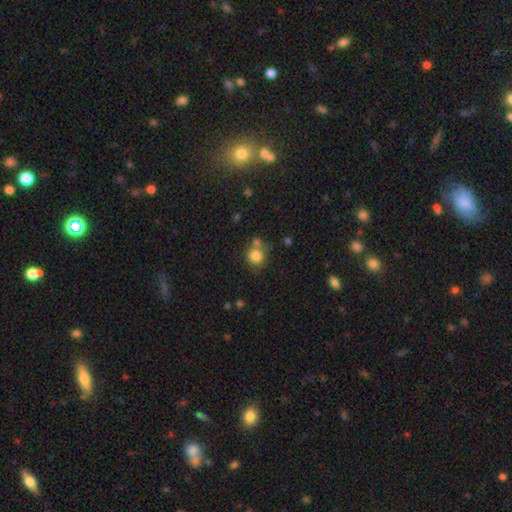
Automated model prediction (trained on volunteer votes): A smooth galaxy with no disk features (82%) that is round (87%). Merging: none (56%).